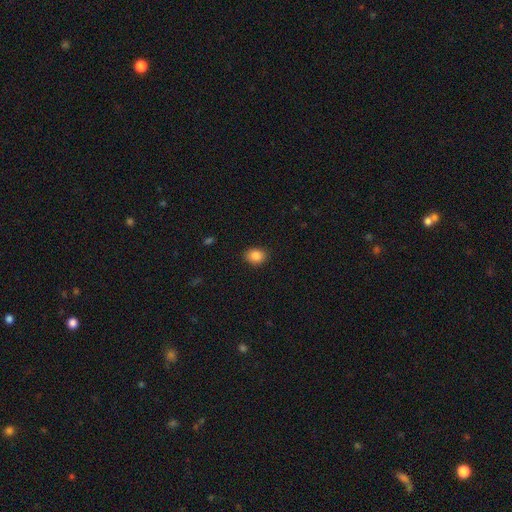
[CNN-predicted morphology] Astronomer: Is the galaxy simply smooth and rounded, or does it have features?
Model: smooth — 85%.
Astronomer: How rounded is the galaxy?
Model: in between — 56% (runner-up: round, 43%).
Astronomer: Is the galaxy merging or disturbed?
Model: none — 88%.